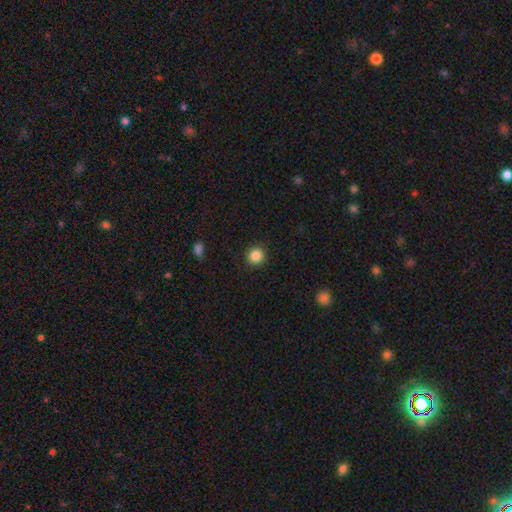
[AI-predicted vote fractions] This appears to be a smooth galaxy with no disk features (86%) that is round (92%). Merging: none (91%).